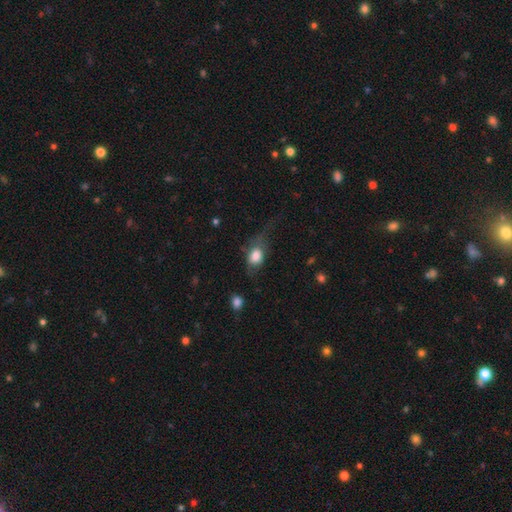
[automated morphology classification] A smooth galaxy with no disk features (76%) that is in between round and cigar-shaped (72%).

Vote fractions:
- Smooth or featured? smooth: 76% / featured or disk: 16% / star or artifact: 8%
- How rounded? in between: 72% / round: 25% / cigar-shaped: 4%
- Merging? major disturbance: 39% / none: 30% / minor disturbance: 28% / merger: 4%